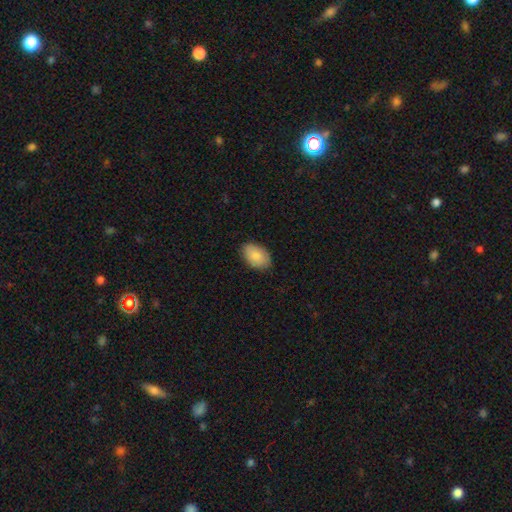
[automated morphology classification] This appears to be a smooth galaxy with no disk features (86%) that is in between round and cigar-shaped (91%). Merging: none (84%).